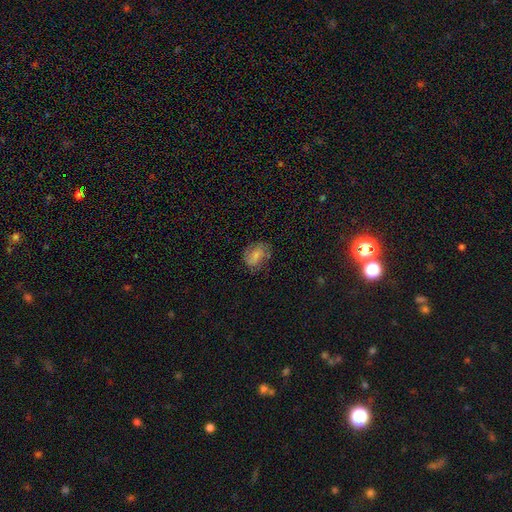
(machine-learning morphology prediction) type=smooth (54%); roundness=in between (66%); merging=none (61%).